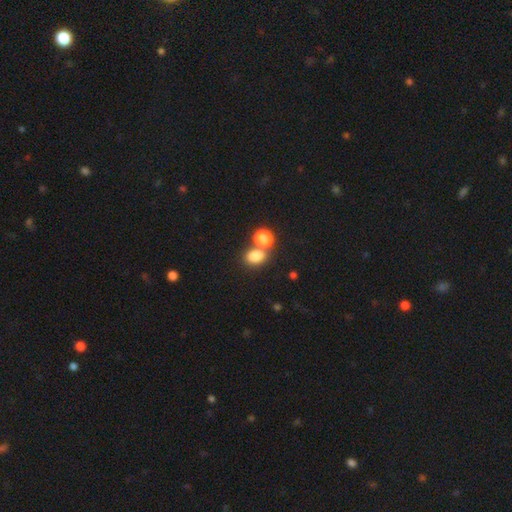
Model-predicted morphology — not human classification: Smooth or featured?
  - smooth: 81% *
  - star or artifact: 12%
  - featured or disk: 7%
How rounded?
  - in between: 56% *
  - round: 42%
  - cigar-shaped: 1%
Merging?
  - none: 52% *
  - merger: 35%
  - minor disturbance: 9%
  - major disturbance: 4%